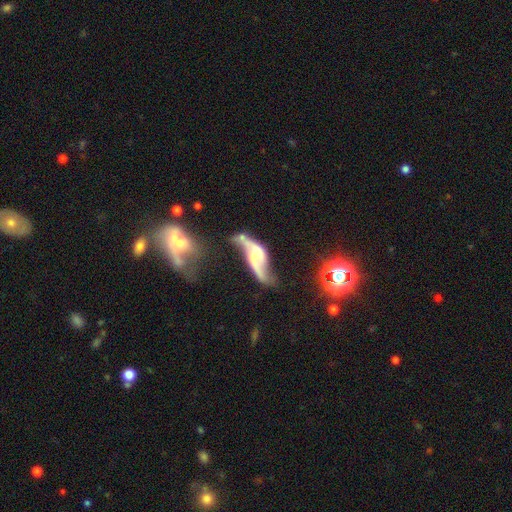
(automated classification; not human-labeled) A featured or disk galaxy (81%) with no bar (50%), 2 (90%) loose (82%) spiral arms (89%) and a small central bulge (41%). Merging: none (34%).